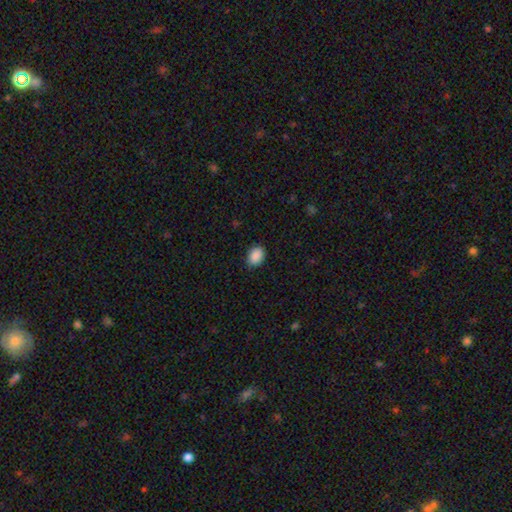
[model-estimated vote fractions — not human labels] Smooth or featured: smooth — 90% (star or artifact — 8%)
How rounded: in between — 71% (round — 28%)
Merging: none — 85% (minor disturbance — 12%)